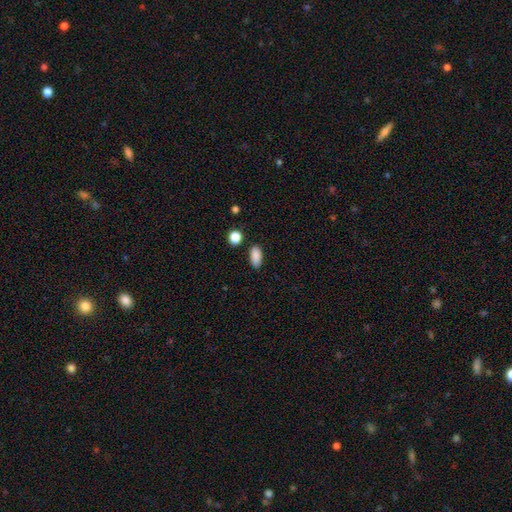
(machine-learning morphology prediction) Smooth or featured?
  - smooth: 88% *
  - star or artifact: 8%
  - featured or disk: 4%
How rounded?
  - in between: 89% *
  - cigar-shaped: 6%
  - round: 5%
Merging?
  - none: 84% *
  - minor disturbance: 11%
  - merger: 3%
  - major disturbance: 3%